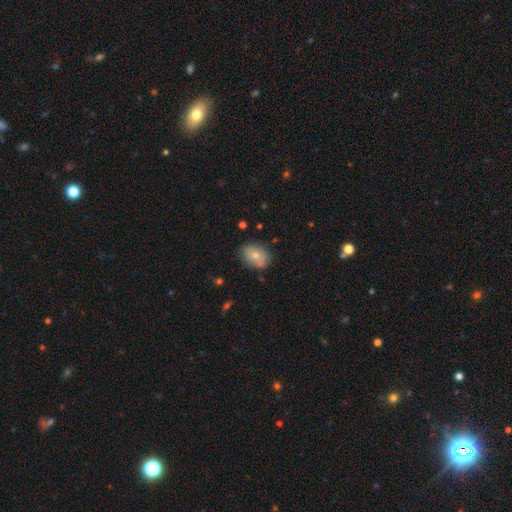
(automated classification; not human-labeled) Smooth or featured: smooth — 70% (featured or disk — 22%)
How rounded: in between — 76% (round — 23%)
Merging: none — 76% (minor disturbance — 18%)